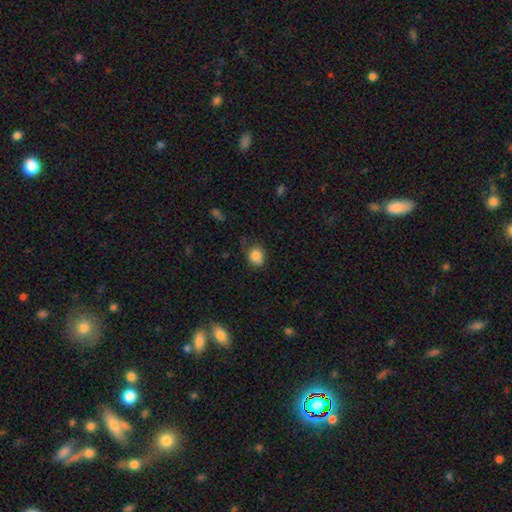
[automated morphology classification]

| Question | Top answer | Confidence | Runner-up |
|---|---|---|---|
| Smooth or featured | smooth | 84% | star or artifact (10%) |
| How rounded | round | 63% | in between (36%) |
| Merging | none | 62% | minor disturbance (27%) |